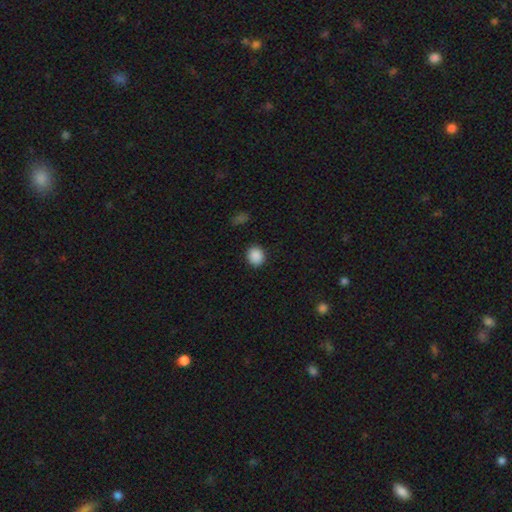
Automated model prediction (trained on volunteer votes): This is clearly a smooth galaxy (88%). How rounded: likely round (77%). Merging: clearly none (90%).